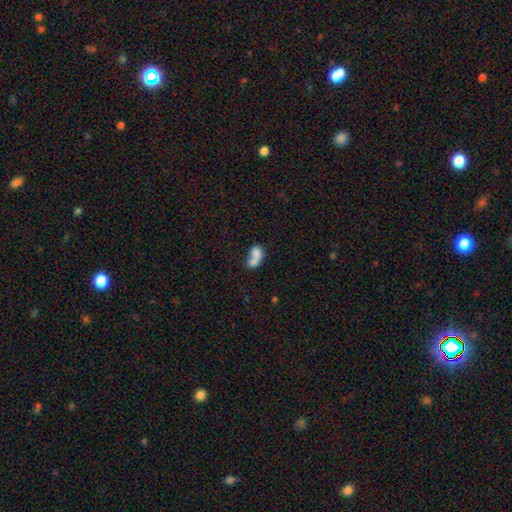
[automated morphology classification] Smooth or featured? smooth (72%)
How rounded? in between (67%)
Merging? merger (72%)